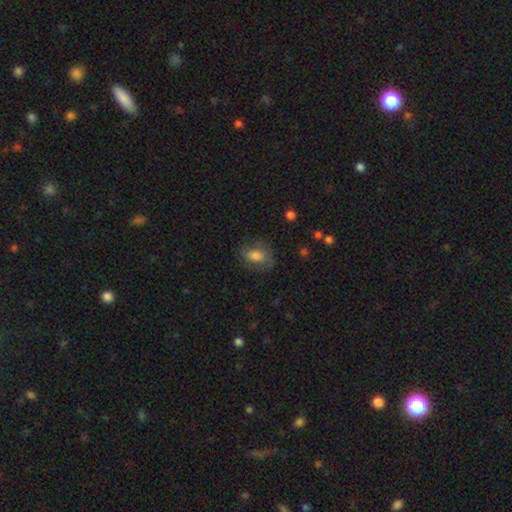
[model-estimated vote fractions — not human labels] Morphology: type=smooth (67%); roundness=in between (80%); merging=none (64%).